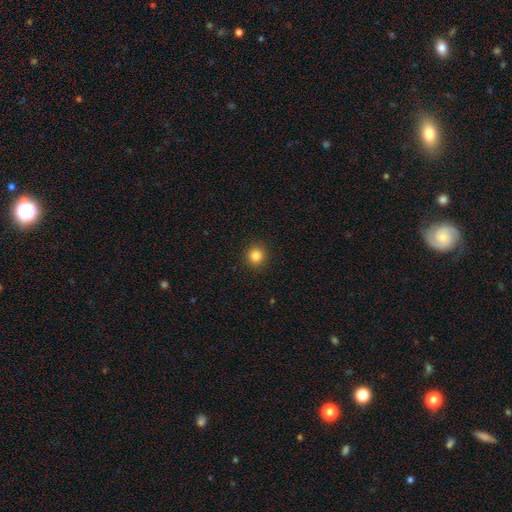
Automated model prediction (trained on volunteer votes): Smooth or featured?
  - smooth: 85% *
  - star or artifact: 11%
  - featured or disk: 4%
How rounded?
  - round: 92% *
  - in between: 7%
  - cigar-shaped: 1%
Merging?
  - none: 91% *
  - minor disturbance: 6%
  - major disturbance: 2%
  - merger: 1%